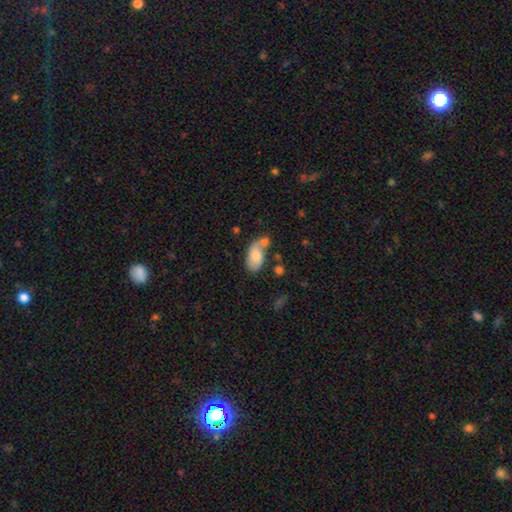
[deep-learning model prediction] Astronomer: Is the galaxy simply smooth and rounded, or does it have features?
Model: smooth — 73%.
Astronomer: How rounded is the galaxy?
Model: in between — 92%.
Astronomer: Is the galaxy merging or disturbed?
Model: none — 40% (runner-up: merger, 33%).